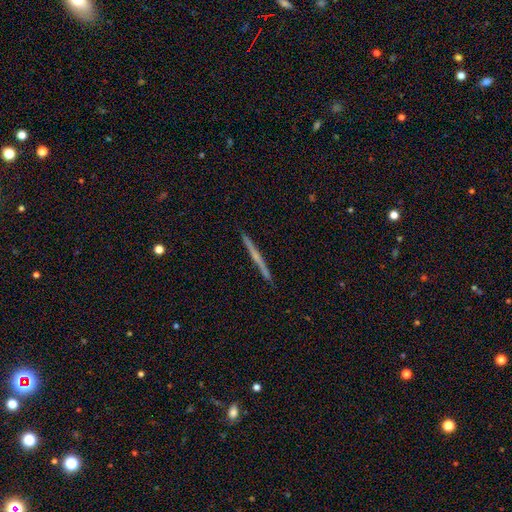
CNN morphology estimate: Q: Smooth or featured?
A: featured or disk (60%); runner-up: smooth (35%)
Q: Edge-on disk?
A: yes (98%); runner-up: no (2%)
Q: Edge-on bulge?
A: none (71%); runner-up: rounded (23%)
Q: Merging?
A: none (92%); runner-up: minor disturbance (5%)